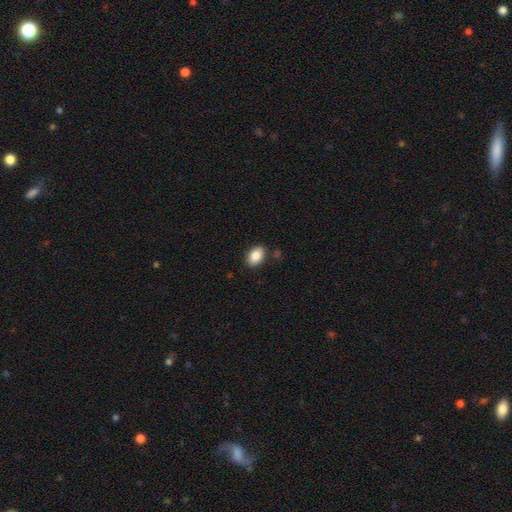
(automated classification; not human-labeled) Overall: smooth (87%). How rounded: in between (88%). Merging: none (85%).